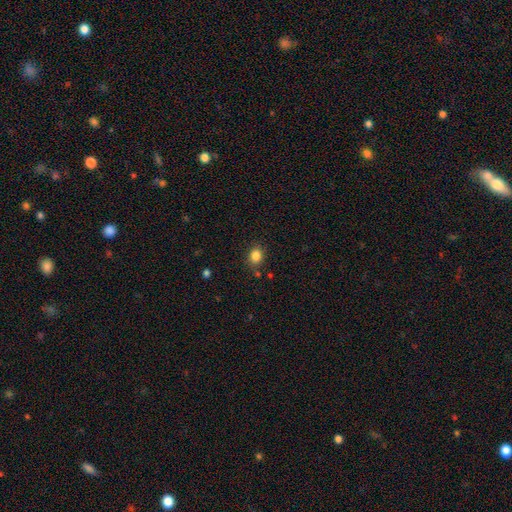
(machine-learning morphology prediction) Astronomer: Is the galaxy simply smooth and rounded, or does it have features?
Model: smooth — 84%.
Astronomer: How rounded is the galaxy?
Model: round — 55% (runner-up: in between, 44%).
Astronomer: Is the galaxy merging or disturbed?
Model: none — 84%.